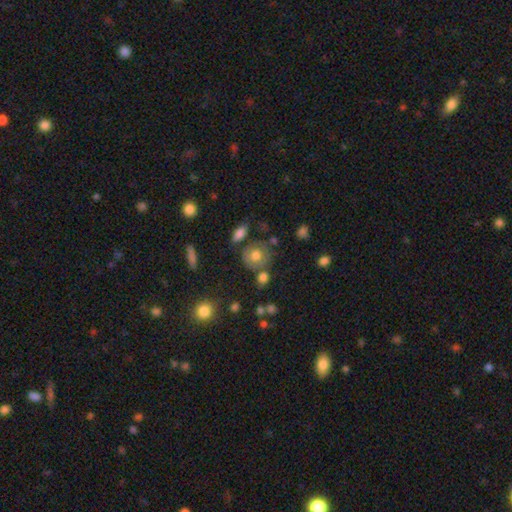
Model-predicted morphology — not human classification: A smooth galaxy with no disk features (68%) that is round (80%).

Vote fractions:
- Smooth or featured? smooth: 68% / featured or disk: 21% / star or artifact: 11%
- How rounded? round: 80% / in between: 19% / cigar-shaped: 1%
- Merging? none: 63% / minor disturbance: 18% / merger: 12% / major disturbance: 7%